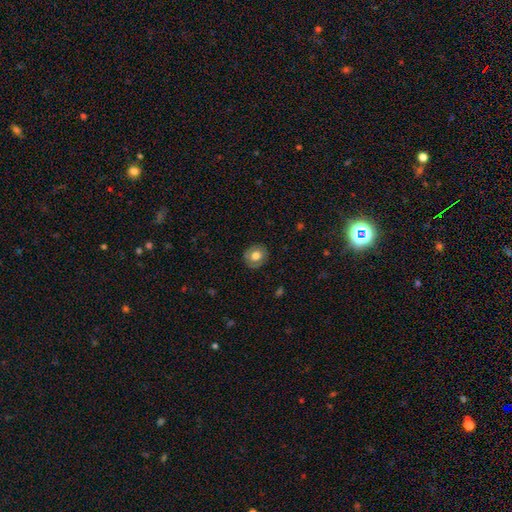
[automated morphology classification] smooth-or-featured: smooth: 63% | featured or disk: 29% | star or artifact: 8%
  how-rounded: round: 78% | in between: 21% | cigar-shaped: 1%
  merging: none: 85% | minor disturbance: 11% | major disturbance: 3% | merger: 1%